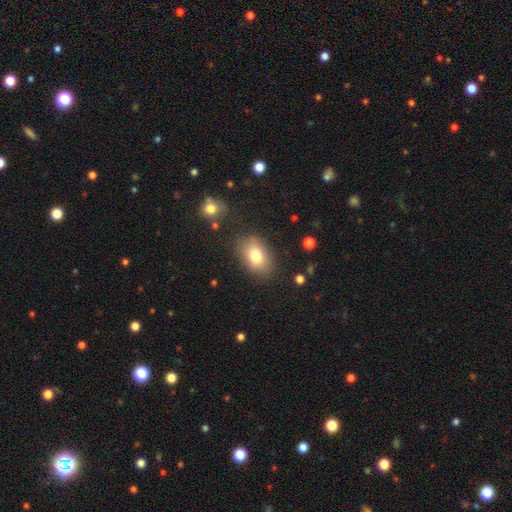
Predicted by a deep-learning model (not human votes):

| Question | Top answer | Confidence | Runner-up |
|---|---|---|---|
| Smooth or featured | smooth | 79% | featured or disk (12%) |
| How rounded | in between | 81% | round (18%) |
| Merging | none | 81% | minor disturbance (12%) |